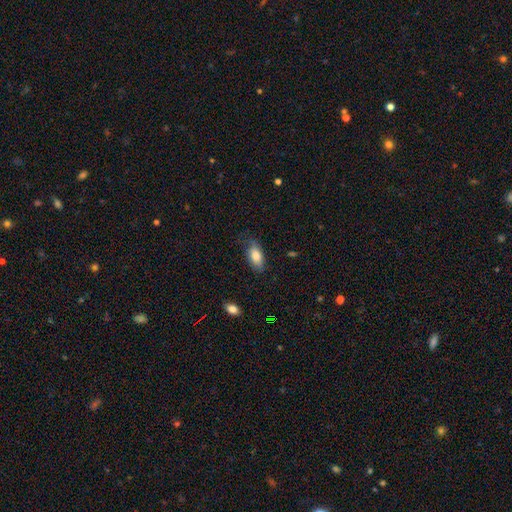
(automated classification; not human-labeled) A smooth galaxy with no disk features (82%) that is in between round and cigar-shaped (91%).

Vote fractions:
- Smooth or featured? smooth: 82% / featured or disk: 11% / star or artifact: 7%
- How rounded? in between: 91% / cigar-shaped: 6% / round: 4%
- Merging? none: 69% / minor disturbance: 24% / major disturbance: 6% / merger: 1%